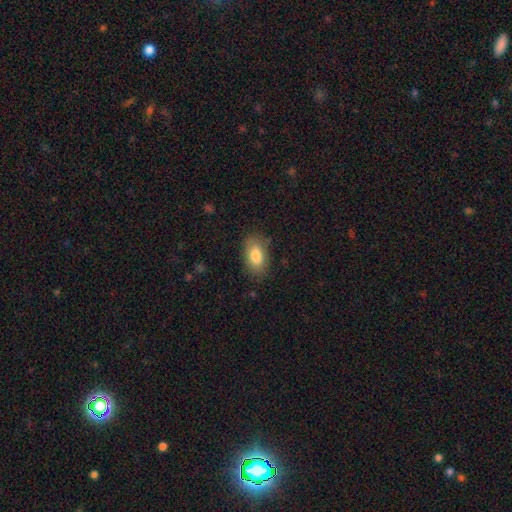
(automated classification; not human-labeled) smooth_or_featured: smooth (p=0.83) [alt: featured or disk p=0.10]
how_rounded: in between (p=0.91) [alt: round p=0.05]
merging: none (p=0.80) [alt: minor disturbance p=0.15]